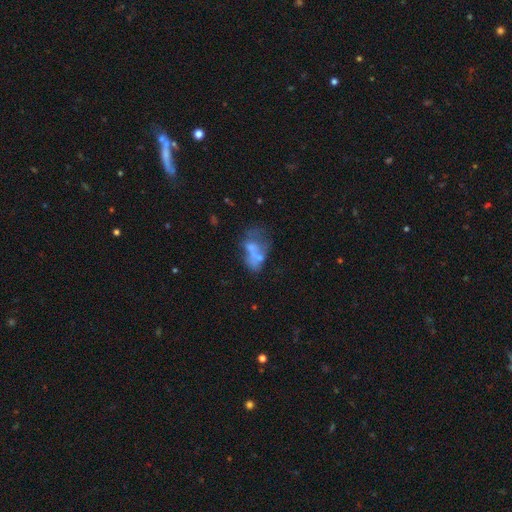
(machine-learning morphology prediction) This appears to be a featured or disk galaxy (47%). Merging: merger (41%).